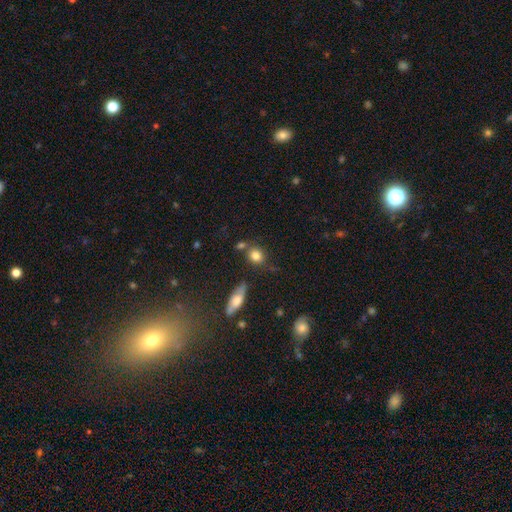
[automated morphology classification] Smooth or featured?
  - smooth: 81% *
  - star or artifact: 10%
  - featured or disk: 10%
How rounded?
  - round: 61% *
  - in between: 36%
  - cigar-shaped: 3%
Merging?
  - none: 68% *
  - merger: 14%
  - minor disturbance: 14%
  - major disturbance: 4%